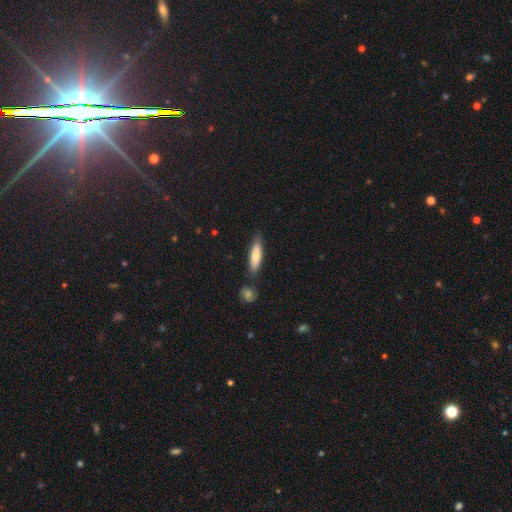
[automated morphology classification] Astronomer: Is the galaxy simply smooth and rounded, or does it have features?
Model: smooth — 75%.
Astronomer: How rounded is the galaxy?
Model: cigar-shaped — 63%.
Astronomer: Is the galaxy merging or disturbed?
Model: none — 78%.